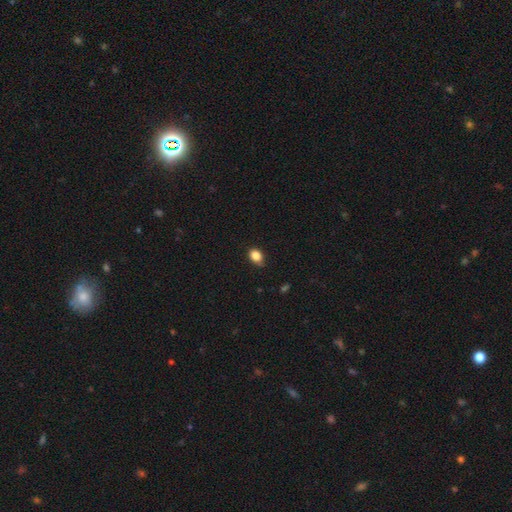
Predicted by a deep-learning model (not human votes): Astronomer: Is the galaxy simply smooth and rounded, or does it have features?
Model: smooth — 85%.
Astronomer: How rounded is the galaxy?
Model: in between — 72%.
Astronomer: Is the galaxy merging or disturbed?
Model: none — 74%.